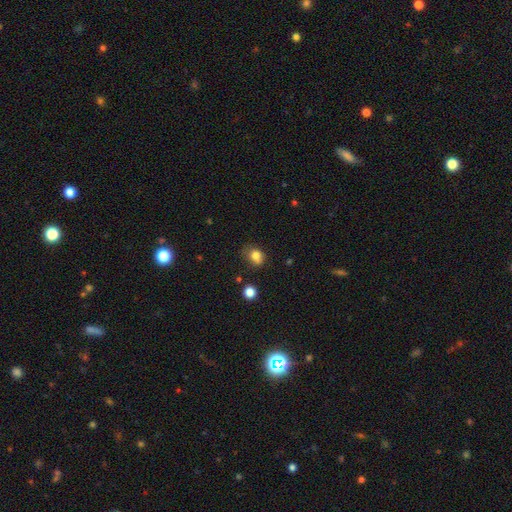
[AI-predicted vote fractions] A smooth galaxy with no disk features (80%) that is round (53%).

Vote fractions:
- Smooth or featured? smooth: 80% / star or artifact: 12% / featured or disk: 8%
- How rounded? round: 53% / in between: 46% / cigar-shaped: 1%
- Merging? none: 59% / minor disturbance: 29% / major disturbance: 8% / merger: 4%